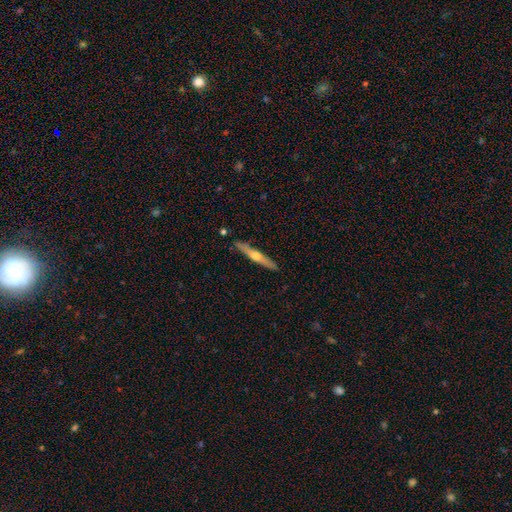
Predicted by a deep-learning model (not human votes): Overall: featured or disk (64%; smooth 30%). Edge-on disk: yes (96%). Edge-on bulge: rounded (91%). Merging: none (89%).